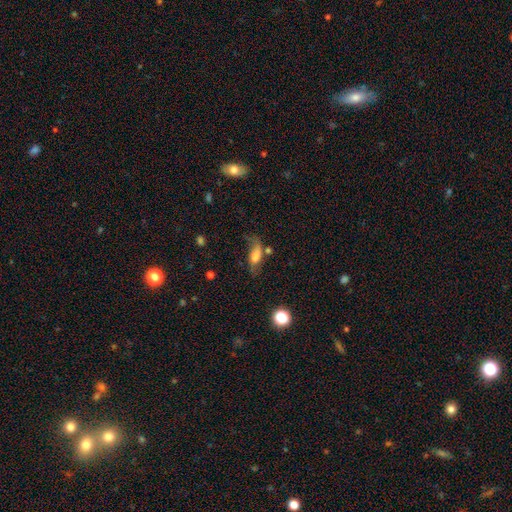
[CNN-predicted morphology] This appears to be a smooth galaxy with no disk features (56%) that is in between round and cigar-shaped (73%). Merging: none (45%).